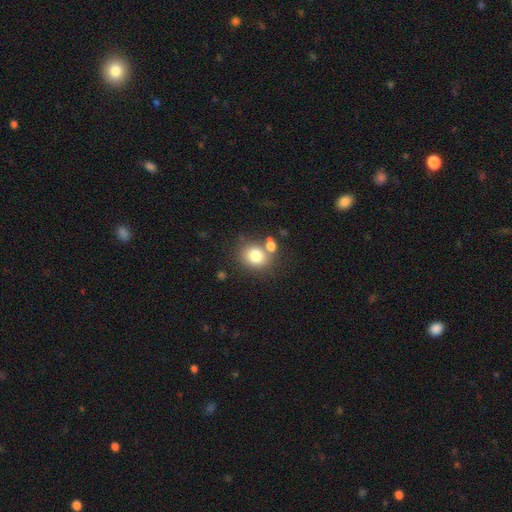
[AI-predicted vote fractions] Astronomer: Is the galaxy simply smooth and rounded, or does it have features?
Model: smooth — 79%.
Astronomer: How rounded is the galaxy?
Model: round — 68%.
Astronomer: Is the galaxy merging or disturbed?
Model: none — 62%.